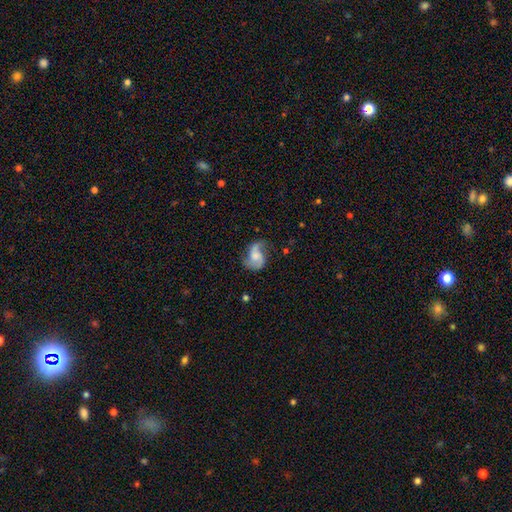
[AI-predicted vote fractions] Smooth or featured: featured or disk — 72% (smooth — 20%)
Edge-on disk: no — 98% (yes — 2%)
Bar: no — 58% (weak — 35%)
Spiral arms: yes — 93% (no — 7%)
Spiral winding: loose — 55% (medium — 35%)
Spiral arm count: 2 — 84% (1 — 7%)
Bulge size: moderate — 32% (none — 26%)
Merging: none — 54% (minor disturbance — 24%)